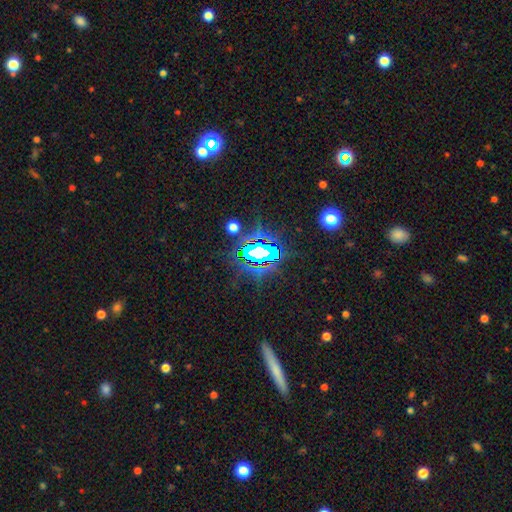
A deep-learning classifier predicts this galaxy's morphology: The model was most divided on "smooth or featured": star or artifact: 73%, featured or disk: 14%, smooth: 13%.